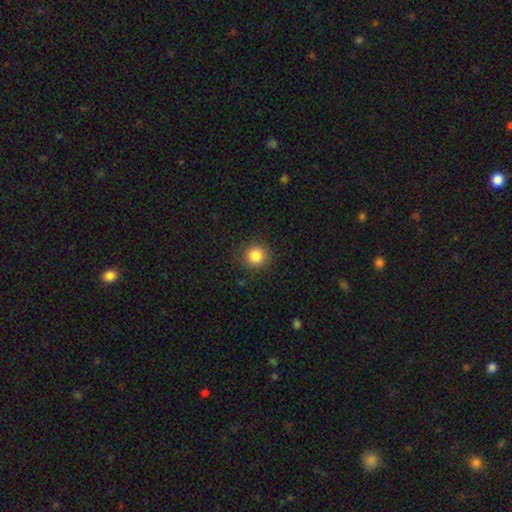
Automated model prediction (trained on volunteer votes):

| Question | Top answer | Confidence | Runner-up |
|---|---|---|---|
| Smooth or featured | smooth | 84% | star or artifact (11%) |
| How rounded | round | 92% | in between (7%) |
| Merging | none | 88% | minor disturbance (8%) |